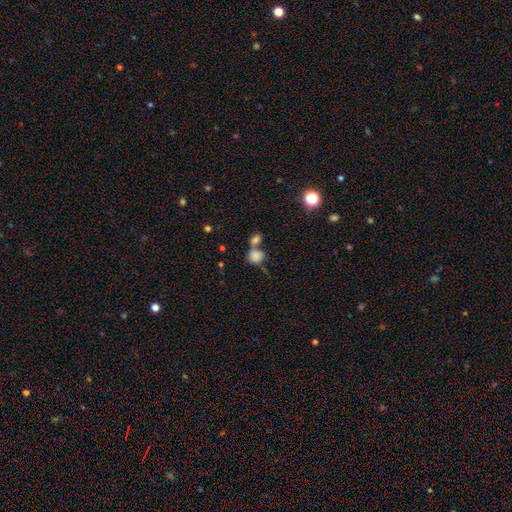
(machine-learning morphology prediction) Smooth or featured?
  - smooth: 82% *
  - star or artifact: 10%
  - featured or disk: 8%
How rounded?
  - round: 68% *
  - in between: 30%
  - cigar-shaped: 1%
Merging?
  - merger: 55% *
  - none: 31%
  - minor disturbance: 9%
  - major disturbance: 6%